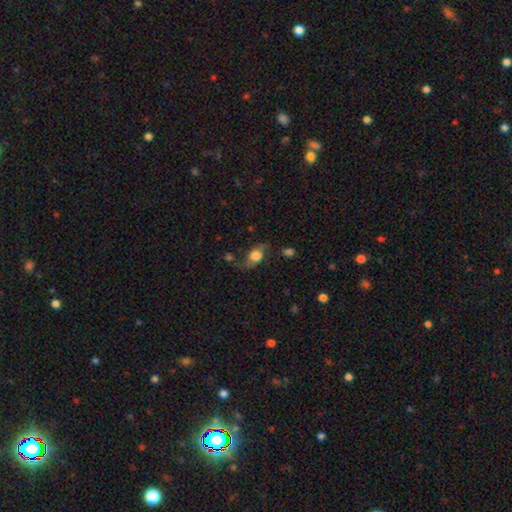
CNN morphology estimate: Smooth or featured? smooth (48%)
Merging? none (49%)